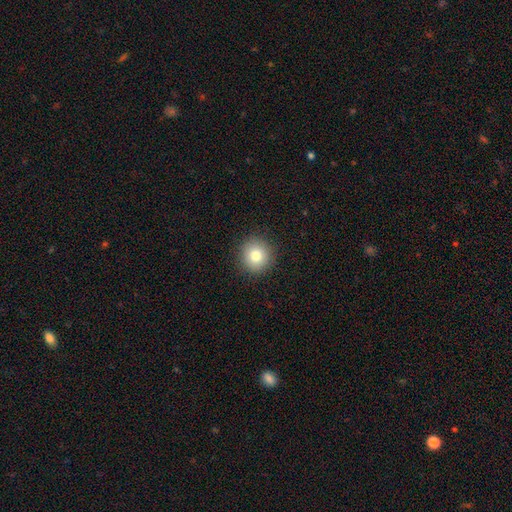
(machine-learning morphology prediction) smooth-or-featured: smooth: 80% | star or artifact: 11% | featured or disk: 9%
  how-rounded: round: 93% | in between: 6% | cigar-shaped: 1%
  merging: none: 91% | minor disturbance: 6% | major disturbance: 2% | merger: 1%